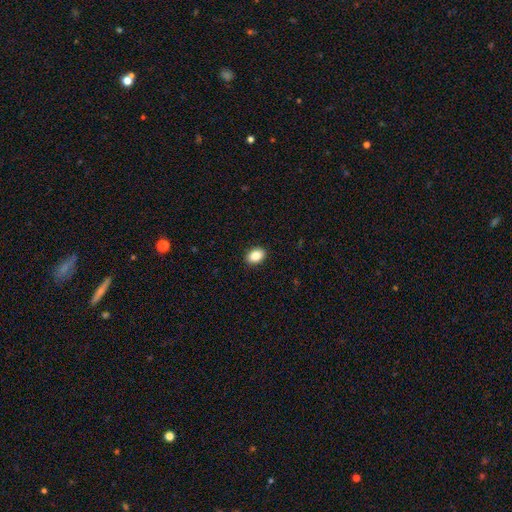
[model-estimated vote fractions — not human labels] Smooth or featured? Predicted: smooth (p=0.87). How rounded? Predicted: in between (p=0.78). Merging? Predicted: none (p=0.90).